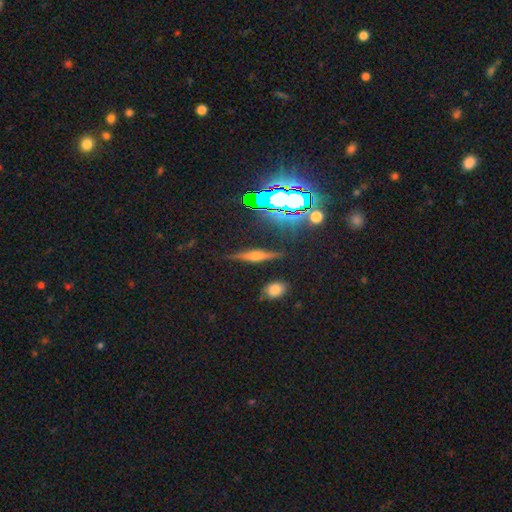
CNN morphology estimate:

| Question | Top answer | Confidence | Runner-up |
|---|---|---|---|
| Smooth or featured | featured or disk | 60% | smooth (22%) |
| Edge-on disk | yes | 94% | no (6%) |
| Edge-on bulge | rounded | 88% | boxy (7%) |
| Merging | none | 86% | minor disturbance (9%) |